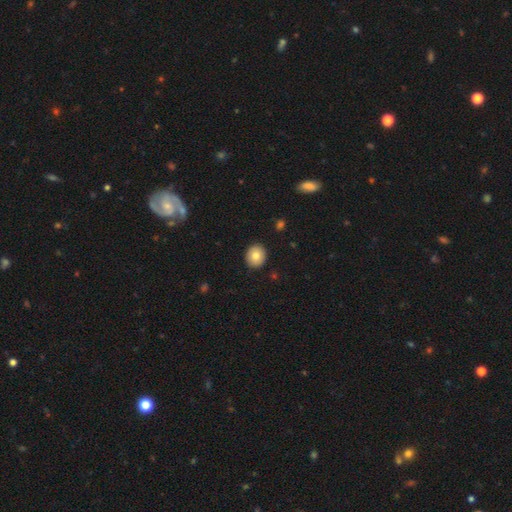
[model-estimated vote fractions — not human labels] smooth_or_featured: smooth (p=0.81) [alt: featured or disk p=0.11]
how_rounded: round (p=0.82) [alt: in between p=0.17]
merging: none (p=0.91) [alt: minor disturbance p=0.06]